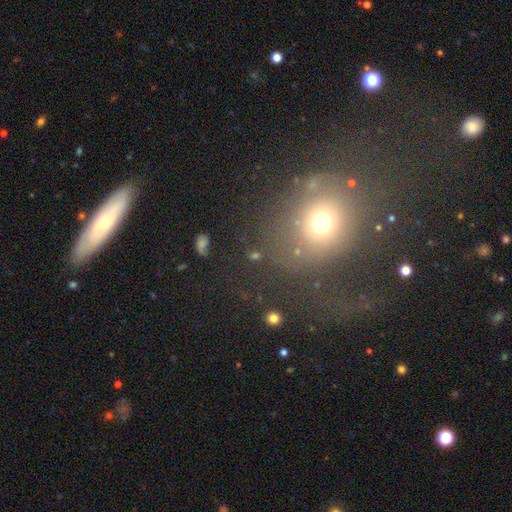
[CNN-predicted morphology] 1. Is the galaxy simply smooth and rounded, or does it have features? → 54% smooth, 26% star or artifact, 20% featured or disk.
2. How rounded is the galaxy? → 64% round, 33% in between, 3% cigar-shaped.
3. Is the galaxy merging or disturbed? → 61% none, 16% major disturbance, 15% minor disturbance, 8% merger.